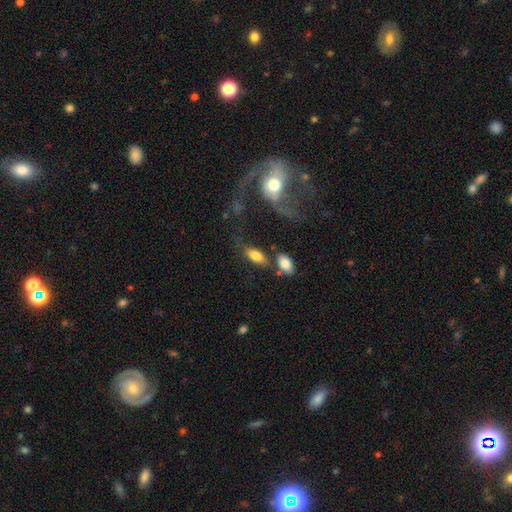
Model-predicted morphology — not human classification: Smooth or featured: smooth — 79% (featured or disk — 14%)
How rounded: in between — 87% (cigar-shaped — 9%)
Merging: none — 58% (minor disturbance — 17%)